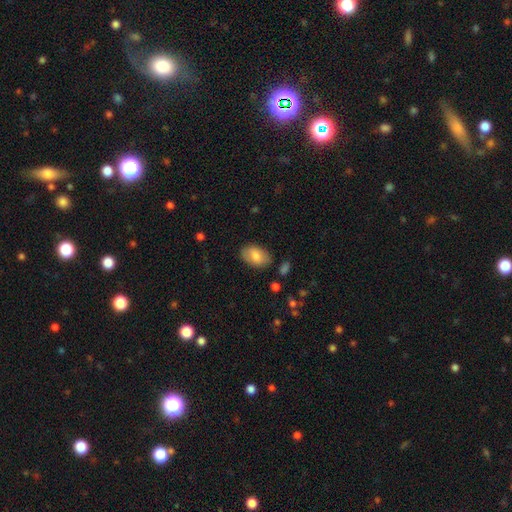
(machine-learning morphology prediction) Smooth or featured?
  - smooth: 80% *
  - featured or disk: 14%
  - star or artifact: 6%
How rounded?
  - in between: 91% *
  - round: 8%
  - cigar-shaped: 1%
Merging?
  - none: 82% *
  - minor disturbance: 13%
  - major disturbance: 3%
  - merger: 2%